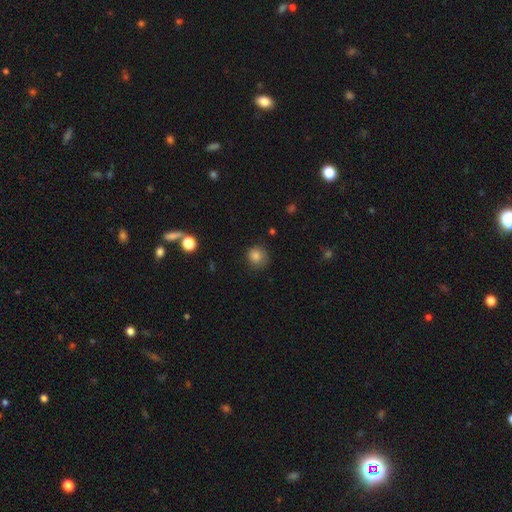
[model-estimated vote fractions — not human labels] Overall: smooth (83%). How rounded: round (87%). Merging: none (73%).